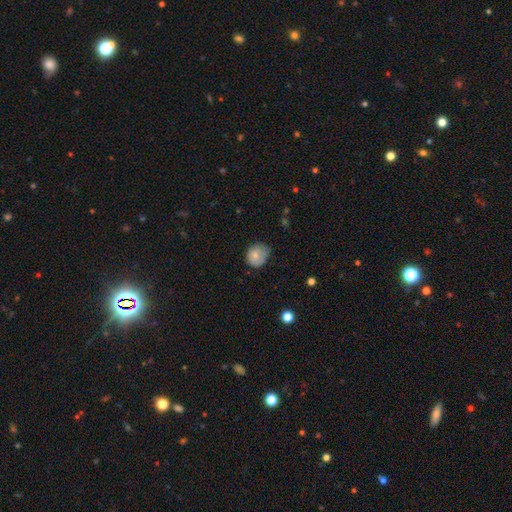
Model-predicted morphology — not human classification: Smooth or featured?
  - smooth: 76% *
  - featured or disk: 16%
  - star or artifact: 8%
How rounded?
  - round: 67% *
  - in between: 32%
  - cigar-shaped: 1%
Merging?
  - none: 46% *
  - minor disturbance: 40%
  - major disturbance: 12%
  - merger: 2%